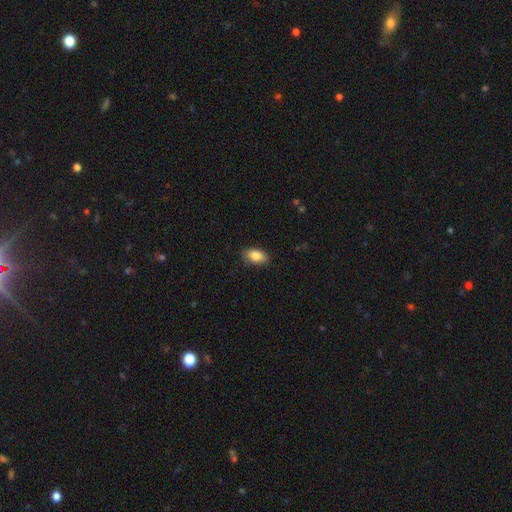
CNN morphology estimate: This is clearly a smooth galaxy (86%). How rounded: clearly in between (92%). Merging: clearly none (84%).